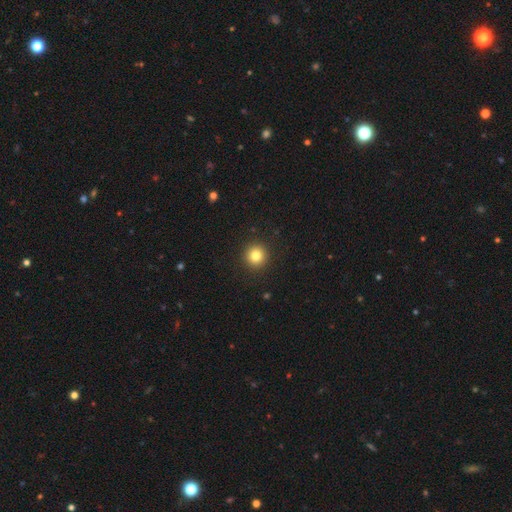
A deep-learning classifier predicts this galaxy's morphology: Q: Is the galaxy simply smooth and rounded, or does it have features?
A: smooth — 82%.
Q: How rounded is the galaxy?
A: round — 95%.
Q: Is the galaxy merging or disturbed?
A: none — 93%.